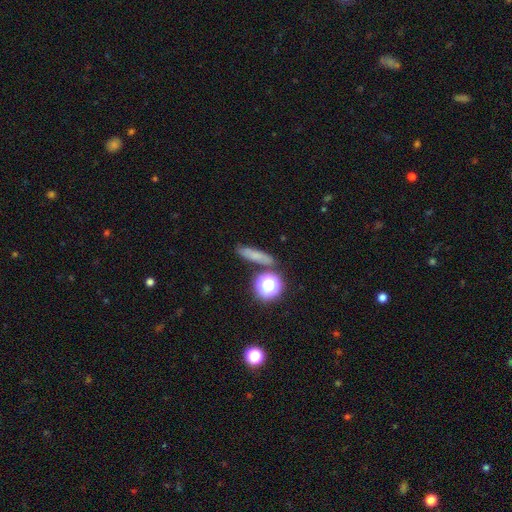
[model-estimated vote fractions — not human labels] This is likely a smooth galaxy (65%). How rounded: possibly cigar-shaped (52%). Merging: likely none (78%).